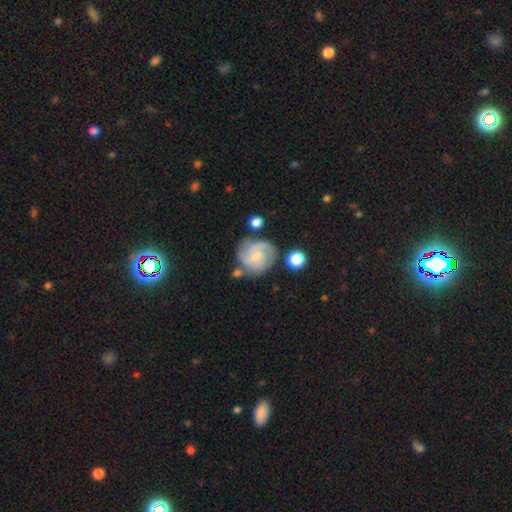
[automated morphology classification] This appears to be a featured or disk galaxy (72%) with no bar (51%), 2 (38%) medium (45%) spiral arms (93%) and a small central bulge (62%). Merging: none (64%).